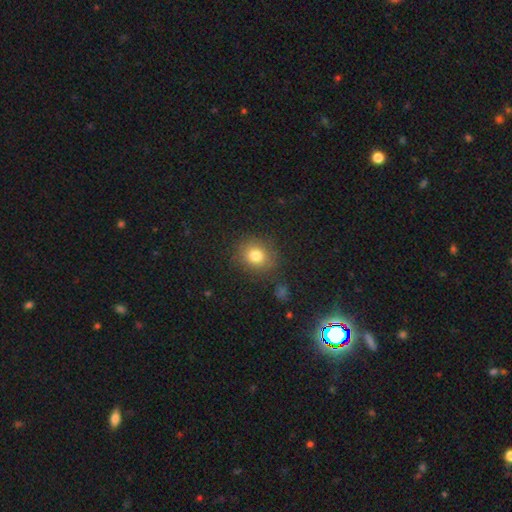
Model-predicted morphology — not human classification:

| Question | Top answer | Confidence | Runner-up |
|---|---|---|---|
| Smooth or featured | smooth | 80% | star or artifact (12%) |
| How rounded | round | 77% | in between (22%) |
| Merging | none | 83% | minor disturbance (11%) |